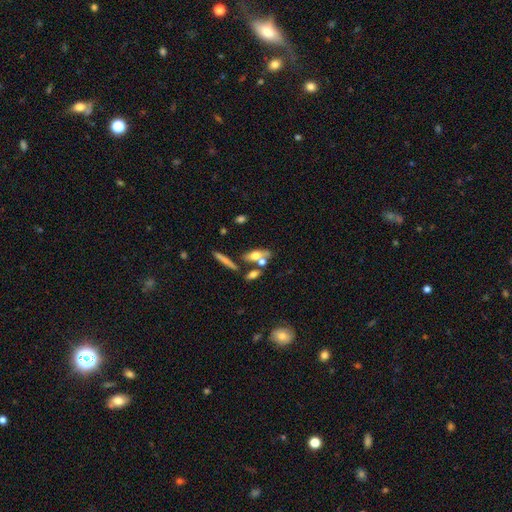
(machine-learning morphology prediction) Smooth or featured? Predicted: smooth (p=0.55). How rounded? Predicted: in between (p=0.62). Merging? Predicted: none (p=0.45).